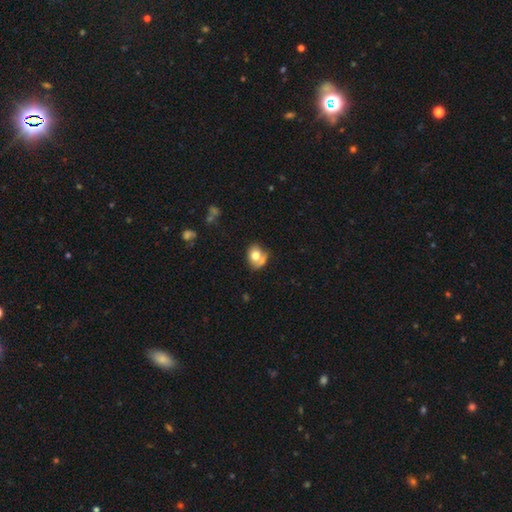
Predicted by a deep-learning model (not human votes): Q: Smooth or featured?
A: smooth (72%); runner-up: featured or disk (18%)
Q: How rounded?
A: in between (51%); runner-up: round (48%)
Q: Merging?
A: none (43%); runner-up: merger (29%)